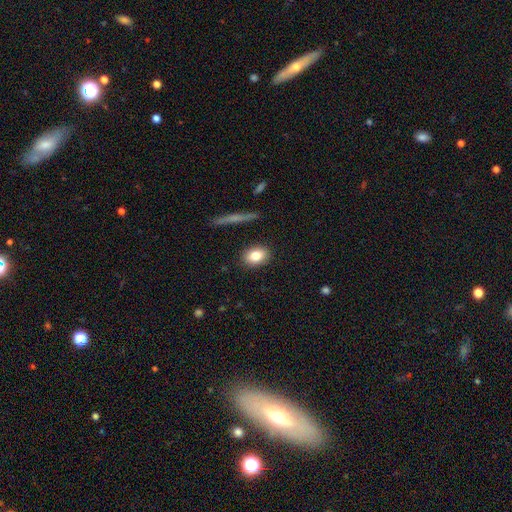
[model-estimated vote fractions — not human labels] A smooth galaxy with no disk features (81%) that is in between round and cigar-shaped (74%). Merging: none (88%).